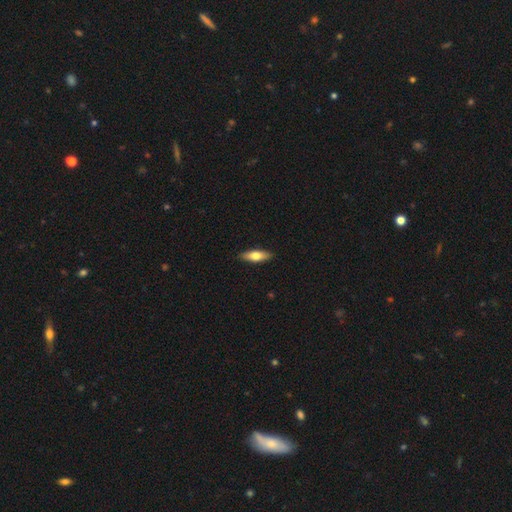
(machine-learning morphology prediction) Smooth or featured?
  - smooth: 66% *
  - featured or disk: 28%
  - star or artifact: 6%
How rounded?
  - in between: 55% *
  - cigar-shaped: 43%
  - round: 2%
Merging?
  - none: 90% *
  - minor disturbance: 8%
  - major disturbance: 2%
  - merger: 1%